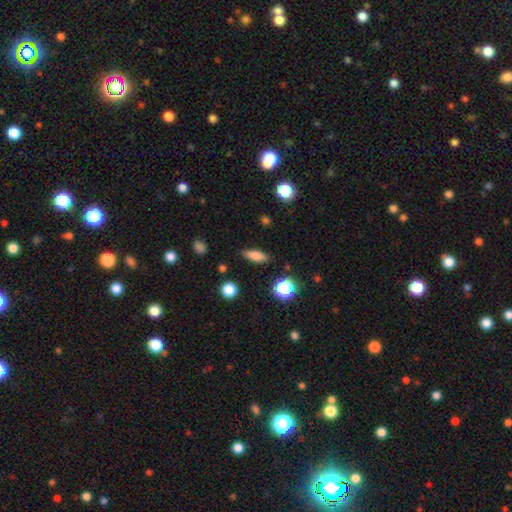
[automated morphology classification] Smooth or featured?
  - smooth: 79% *
  - featured or disk: 11%
  - star or artifact: 11%
How rounded?
  - in between: 62% *
  - cigar-shaped: 32%
  - round: 6%
Merging?
  - none: 85% *
  - minor disturbance: 10%
  - major disturbance: 3%
  - merger: 2%